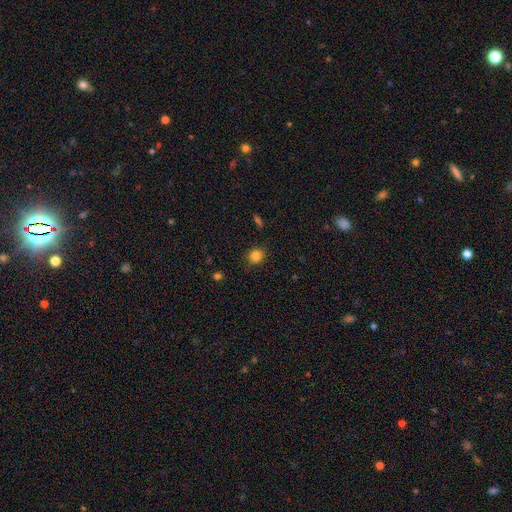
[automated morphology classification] The model was most divided on "how rounded": round: 81%, in between: 18%, cigar-shaped: 1%. More confident: smooth or featured — smooth (84%); merging — none (83%).